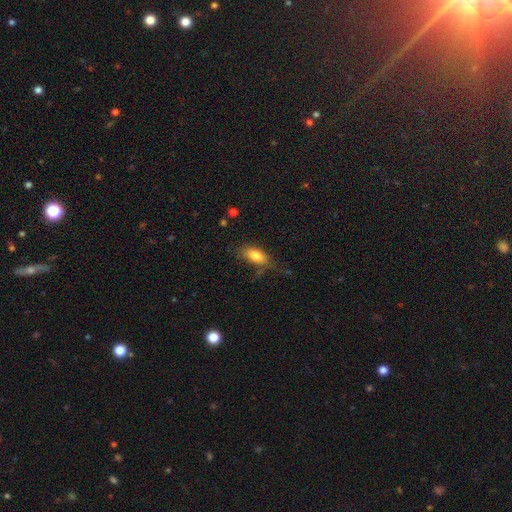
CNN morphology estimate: Smooth or featured? smooth (80%)
How rounded? in between (85%)
Merging? none (62%)